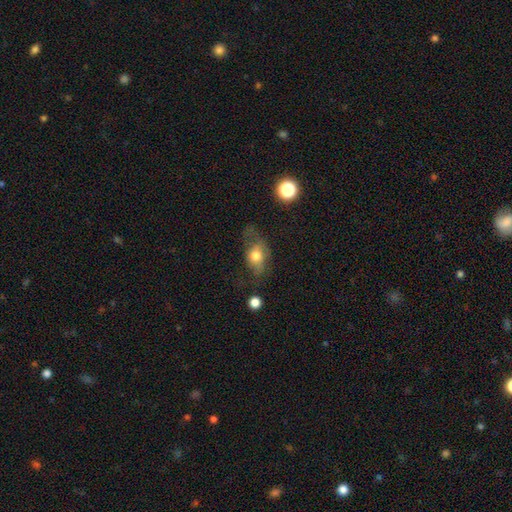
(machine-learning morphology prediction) smooth 65%, featured or disk 26%, star or artifact 9%. Down the decision tree: how rounded — in between (73%); merging — none (39%).